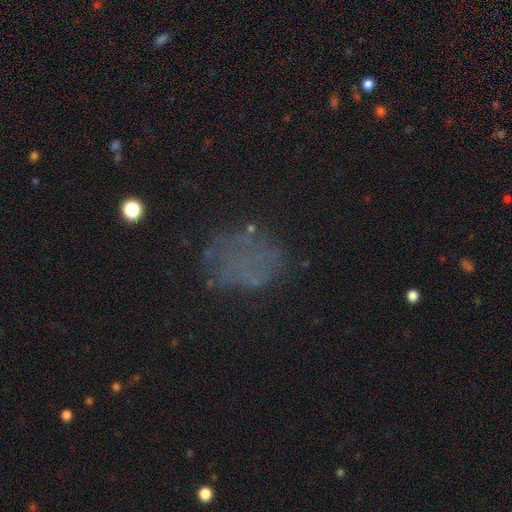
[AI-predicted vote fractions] Smooth or featured: smooth — 41% (star or artifact — 34%)
Merging: none — 65% (minor disturbance — 17%)